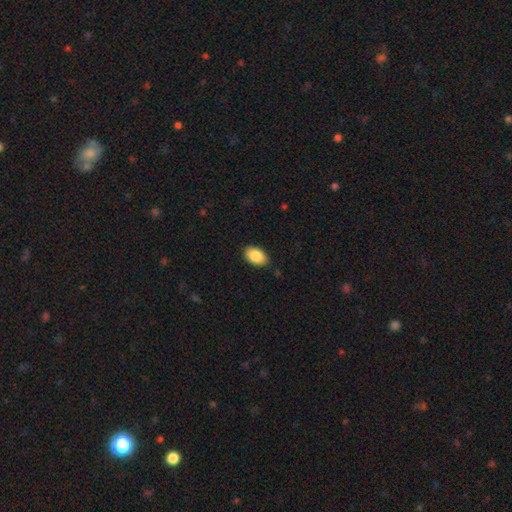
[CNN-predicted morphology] This appears to be a smooth galaxy with no disk features (88%) that is in between round and cigar-shaped (91%). Merging: none (88%).